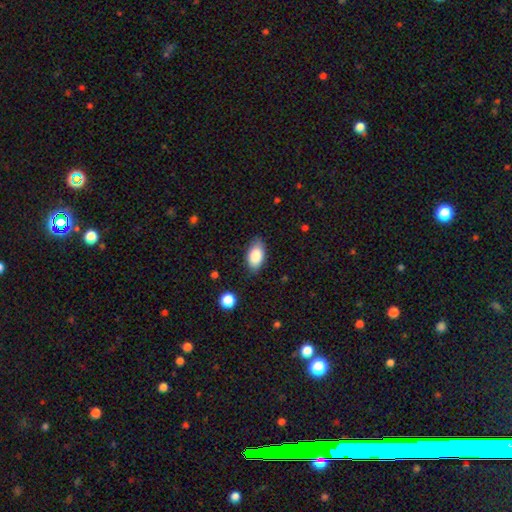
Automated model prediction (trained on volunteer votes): Overall: smooth (85%). How rounded: in between (93%). Merging: none (82%).